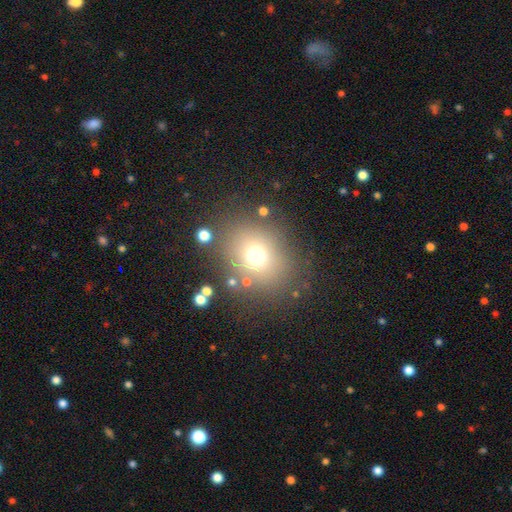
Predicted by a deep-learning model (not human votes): This is likely a smooth galaxy (67%). How rounded: likely round (69%). Merging: likely none (77%).